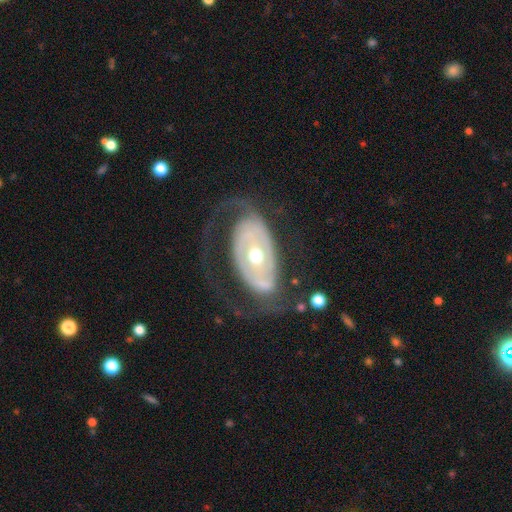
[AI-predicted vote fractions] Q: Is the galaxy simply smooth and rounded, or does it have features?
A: featured or disk — 82%.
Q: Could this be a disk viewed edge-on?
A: no — 94%.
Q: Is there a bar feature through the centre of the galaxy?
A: no — 61%.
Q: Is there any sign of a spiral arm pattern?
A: yes — 76%.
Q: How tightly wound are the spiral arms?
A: medium — 36%, tied with tight.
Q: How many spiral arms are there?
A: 2 — 63%.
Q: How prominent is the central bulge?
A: moderate — 69%.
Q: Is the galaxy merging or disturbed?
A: none — 53%.